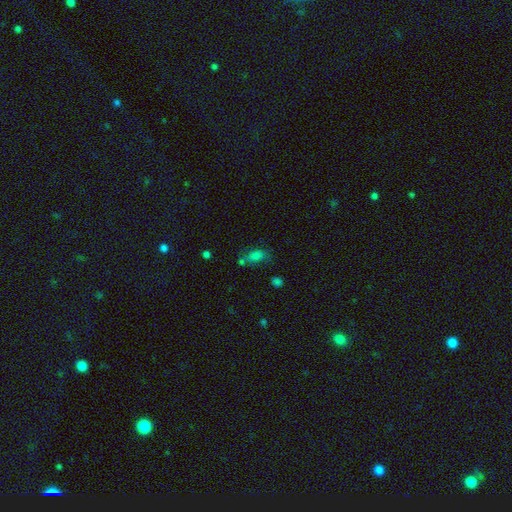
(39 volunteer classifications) Smooth or featured: smooth — 77% (featured or disk — 15%)
How rounded: in between — 90% (round — 10%)
Merging: none — 50% (merger — 36%)